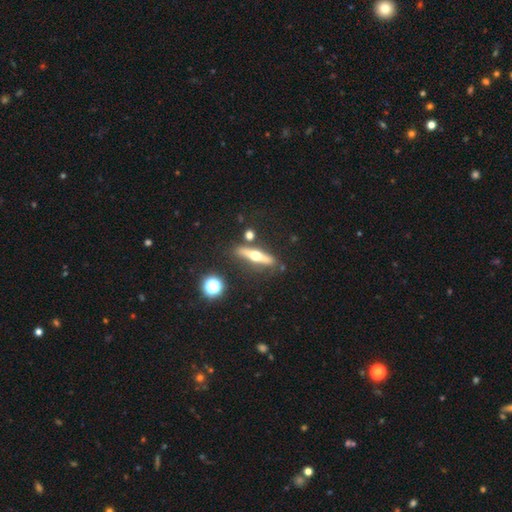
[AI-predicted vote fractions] A featured or disk galaxy (61%) viewed edge-on (93%) with a rounded central bulge (95%). Merging: none (82%).